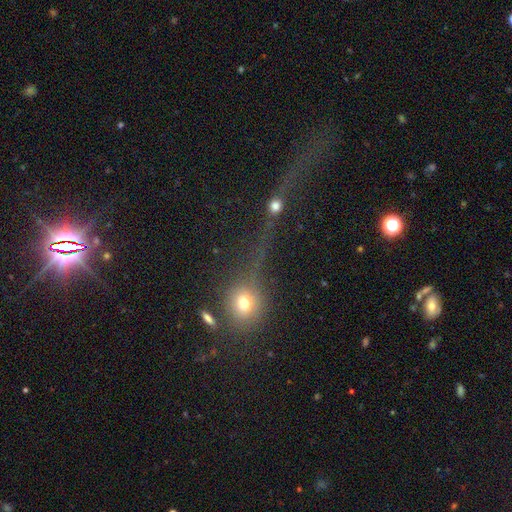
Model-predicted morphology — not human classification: Smooth or featured?
  - star or artifact: 43% *
  - smooth: 37%
  - featured or disk: 20%